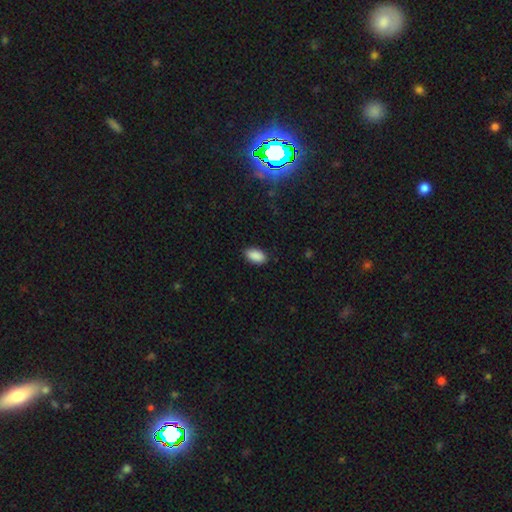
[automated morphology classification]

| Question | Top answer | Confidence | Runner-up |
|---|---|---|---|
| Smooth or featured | smooth | 90% | star or artifact (7%) |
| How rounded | in between | 95% | round (3%) |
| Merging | none | 88% | minor disturbance (9%) |